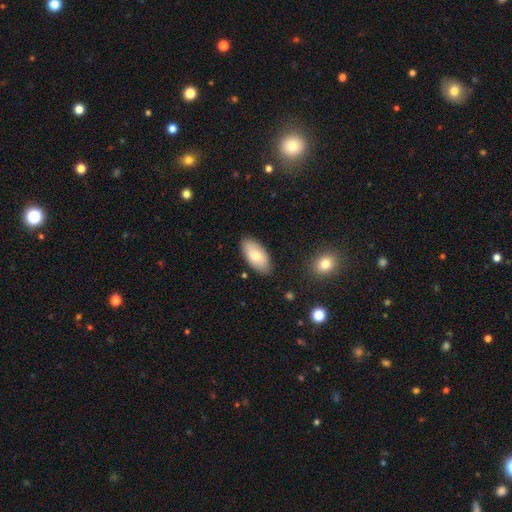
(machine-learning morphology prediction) smooth 75%, featured or disk 19%, star or artifact 6%. Down the decision tree: how rounded — in between (93%); merging — none (85%).